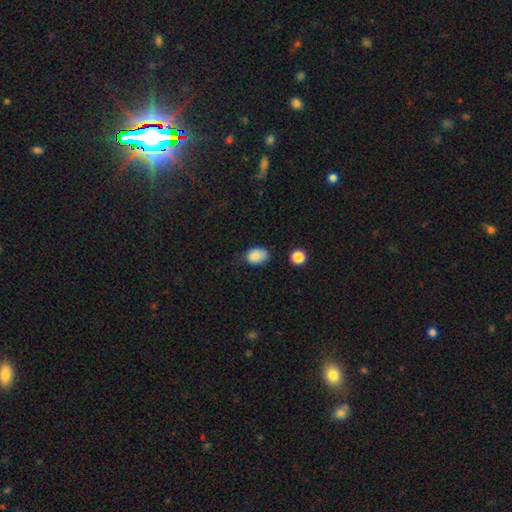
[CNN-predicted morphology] This appears to be a smooth galaxy with no disk features (87%) that is in between round and cigar-shaped (78%). Merging: none (67%).